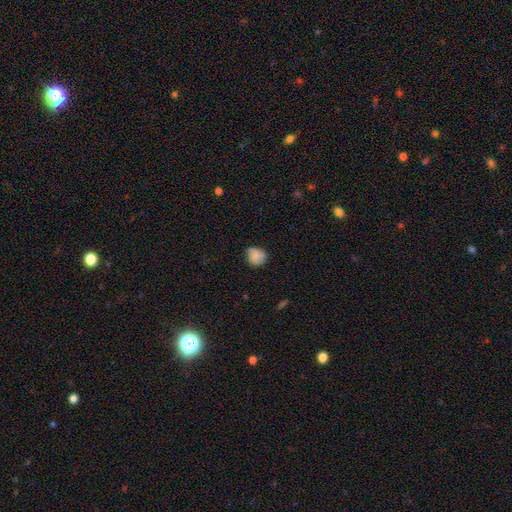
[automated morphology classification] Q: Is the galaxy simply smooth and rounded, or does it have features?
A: smooth — 83%.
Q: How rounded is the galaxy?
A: round — 69%.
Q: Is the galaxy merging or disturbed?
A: none — 61%.